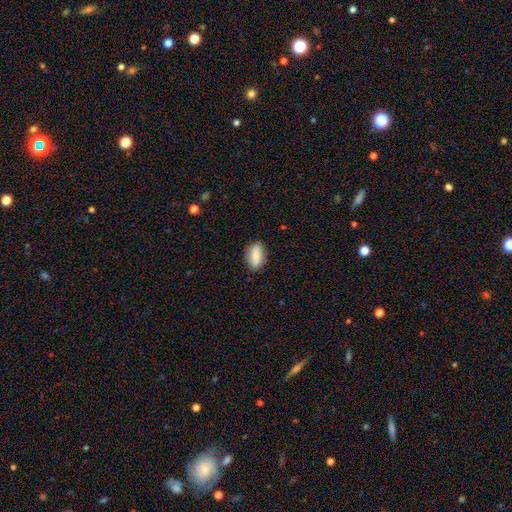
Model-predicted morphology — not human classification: Smooth or featured: smooth — 80% (featured or disk — 14%)
How rounded: in between — 87% (cigar-shaped — 9%)
Merging: none — 85% (minor disturbance — 11%)